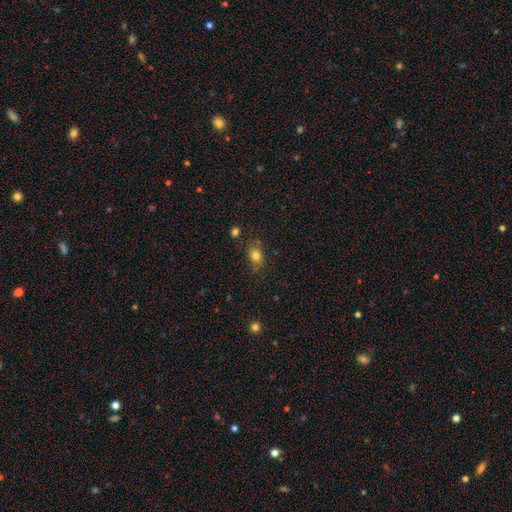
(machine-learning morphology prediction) This is clearly a smooth galaxy (81%). How rounded: likely in between (65%). Merging: likely none (75%).